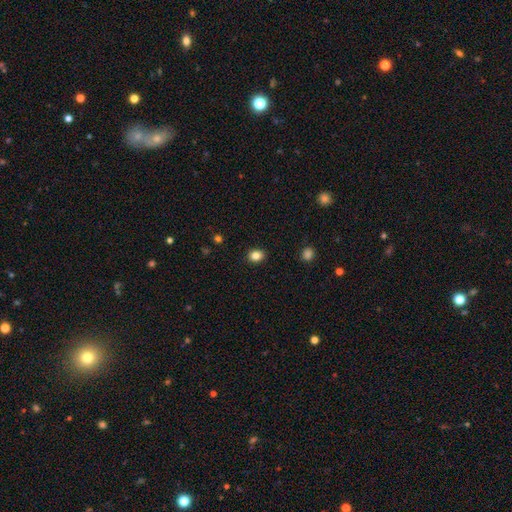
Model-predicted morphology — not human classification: Smooth or featured?
  - smooth: 84% *
  - star or artifact: 11%
  - featured or disk: 5%
How rounded?
  - round: 54% *
  - in between: 46%
  - cigar-shaped: 1%
Merging?
  - none: 90% *
  - minor disturbance: 7%
  - major disturbance: 2%
  - merger: 1%